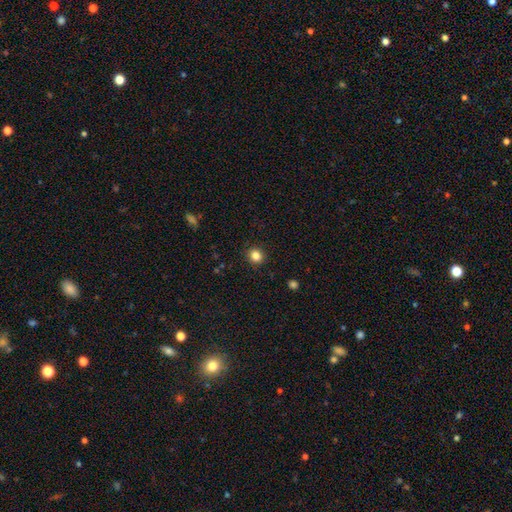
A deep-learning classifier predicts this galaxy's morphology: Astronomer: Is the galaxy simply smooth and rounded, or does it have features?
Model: smooth — 84%.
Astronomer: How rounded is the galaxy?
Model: round — 86%.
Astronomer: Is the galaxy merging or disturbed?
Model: none — 91%.